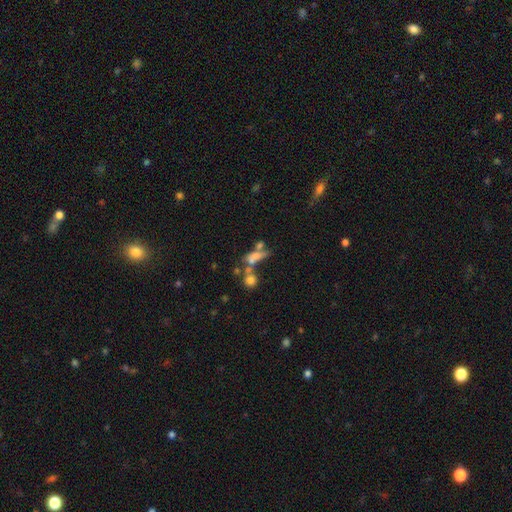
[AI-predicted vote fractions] The model was most divided on "smooth or featured": smooth: 48%, featured or disk: 36%, star or artifact: 16%. Remaining: merging — merger (45%).